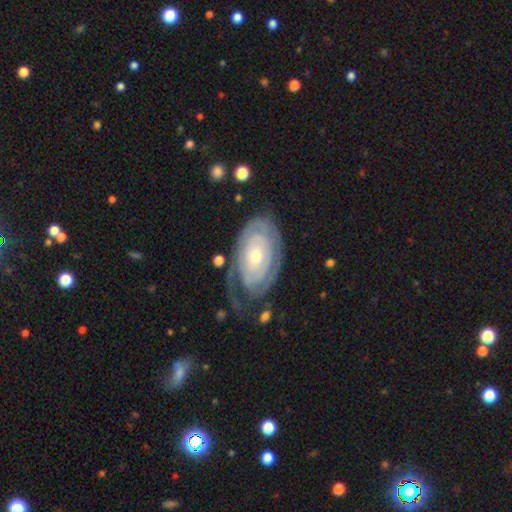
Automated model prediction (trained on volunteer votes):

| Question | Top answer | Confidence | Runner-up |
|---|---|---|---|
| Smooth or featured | featured or disk | 80% | smooth (15%) |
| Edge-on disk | no | 94% | yes (6%) |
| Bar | no | 83% | weak (13%) |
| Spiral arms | yes | 82% | no (18%) |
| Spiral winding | tight | 80% | medium (14%) |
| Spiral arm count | can't tell | 47% | 2 (24%) |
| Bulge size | small | 51% | moderate (45%) |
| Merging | none | 60% | minor disturbance (22%) |